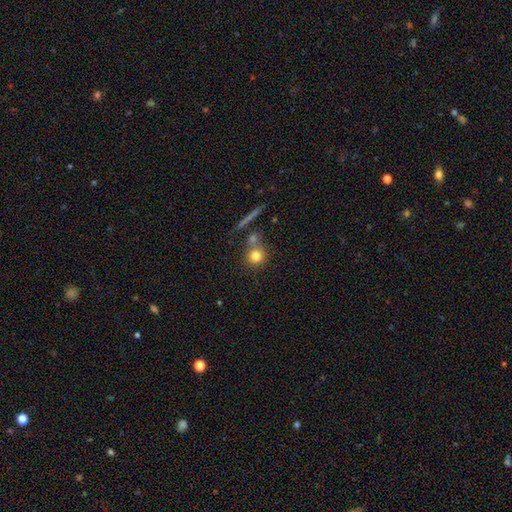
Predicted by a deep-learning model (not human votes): A smooth galaxy with no disk features (79%) that is round (91%). Merging: none (64%).